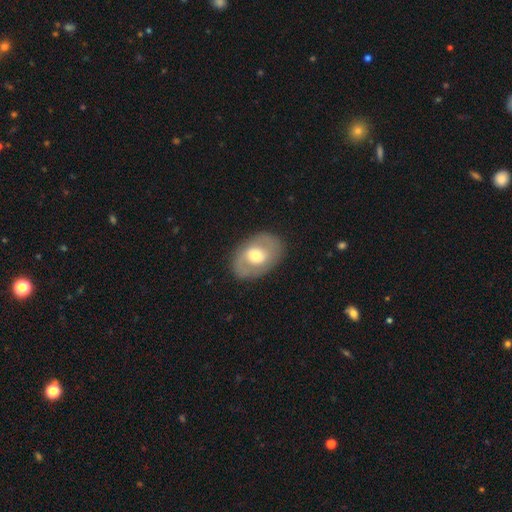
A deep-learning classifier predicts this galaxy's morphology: Smooth or featured? featured or disk (55%)
Edge-on disk? no (94%)
Bar? no (57%)
Spiral arms? yes (51%)
Bulge size? moderate (64%)
Merging? none (82%)